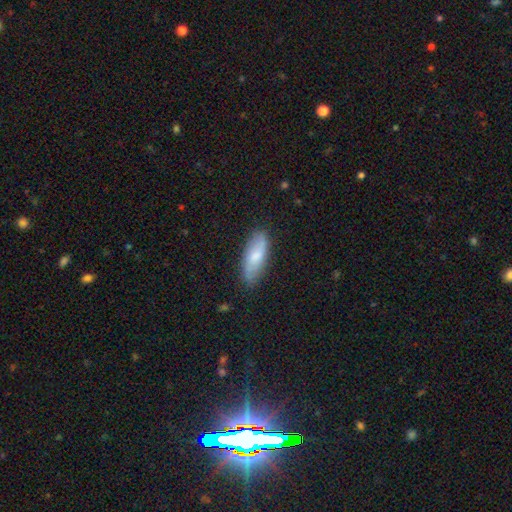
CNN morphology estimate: Smooth or featured? smooth (66%)
How rounded? in between (66%)
Merging? none (80%)